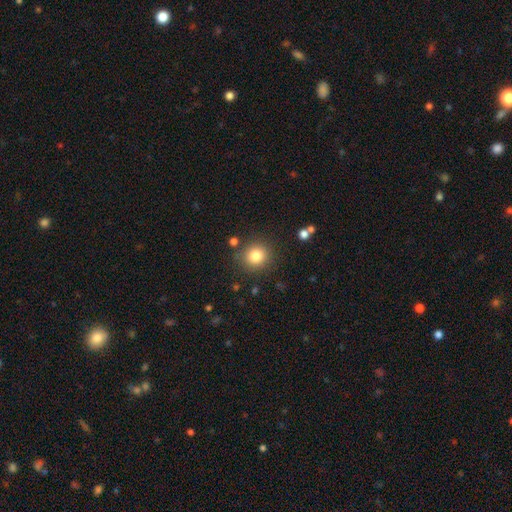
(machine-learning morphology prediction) Smooth or featured? smooth (81%)
How rounded? round (90%)
Merging? none (85%)